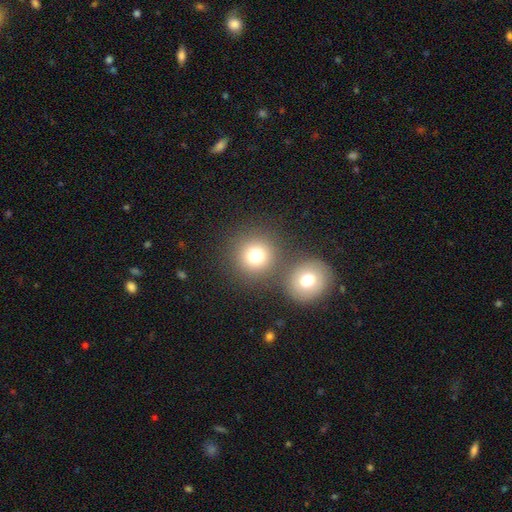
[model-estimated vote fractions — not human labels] This is likely a smooth galaxy (74%). How rounded: clearly round (92%). Merging: likely none (68%).